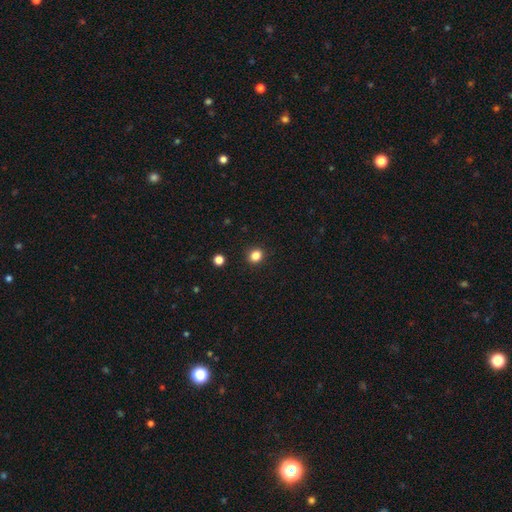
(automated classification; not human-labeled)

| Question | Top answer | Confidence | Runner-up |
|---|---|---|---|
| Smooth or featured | smooth | 84% | star or artifact (12%) |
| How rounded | round | 78% | in between (21%) |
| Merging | none | 91% | minor disturbance (6%) |